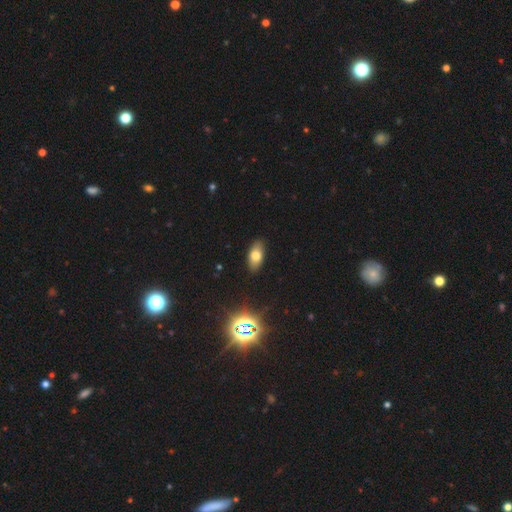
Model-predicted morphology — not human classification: Overall: smooth (74%). How rounded: in between (89%). Merging: none (88%).